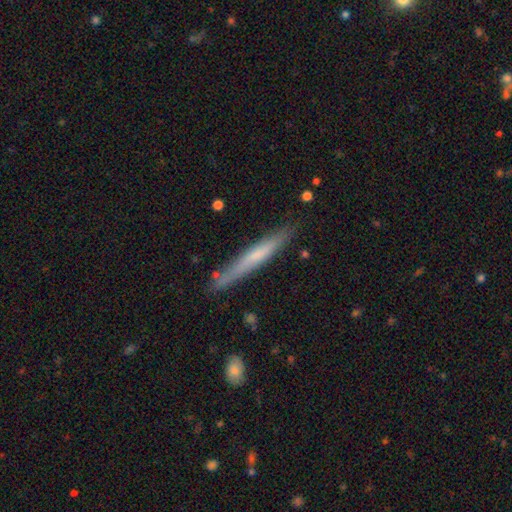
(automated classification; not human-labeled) Smooth or featured?
  - smooth: 50% *
  - featured or disk: 44%
  - star or artifact: 6%
How rounded?
  - cigar-shaped: 96% *
  - in between: 3%
  - round: 1%
Merging?
  - none: 83% *
  - minor disturbance: 13%
  - merger: 2%
  - major disturbance: 2%